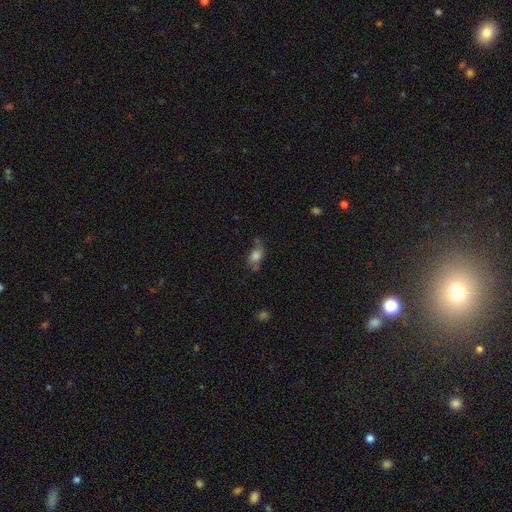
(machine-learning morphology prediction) The model was most divided on "merging": none: 54%, minor disturbance: 21%, merger: 18%, major disturbance: 7%. More confident: smooth or featured — smooth (79%); how rounded — in between (77%).